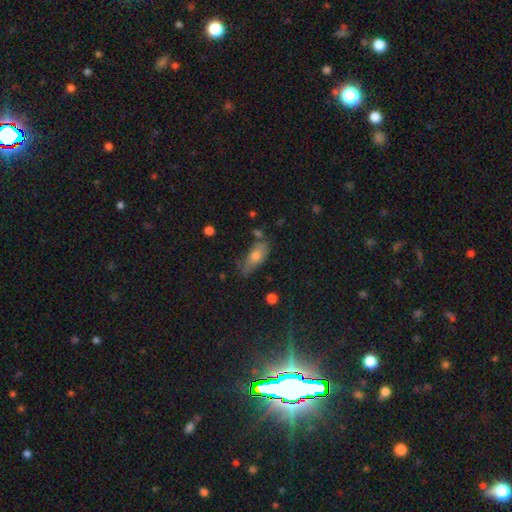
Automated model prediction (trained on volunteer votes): smooth-or-featured: smooth: 68% | featured or disk: 22% | star or artifact: 10%
  how-rounded: in between: 80% | cigar-shaped: 16% | round: 4%
  merging: none: 57% | minor disturbance: 28% | major disturbance: 8% | merger: 6%